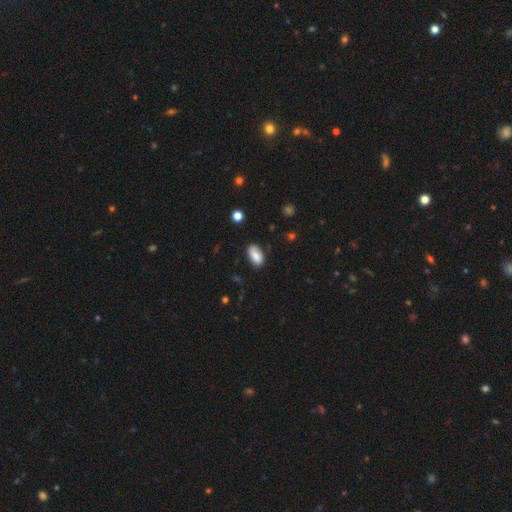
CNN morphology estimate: Smooth or featured? Predicted: smooth (p=0.83). How rounded? Predicted: in between (p=0.93). Merging? Predicted: none (p=0.74).